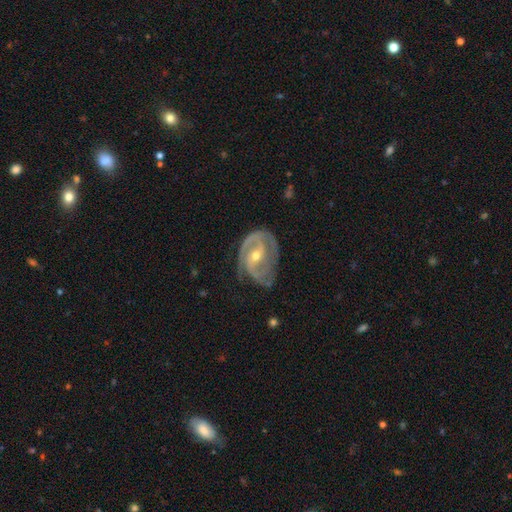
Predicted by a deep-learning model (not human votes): Overall: featured or disk (87%). Edge-on disk: no (97%). Bar: weak (40%; no 35%). Spiral arms: yes (93%). Spiral arm count: 2 (56%). Spiral winding: tight (48%; medium 40%). Bulge size: moderate (50%; small 47%). Merging: none (53%; minor disturbance 28%).